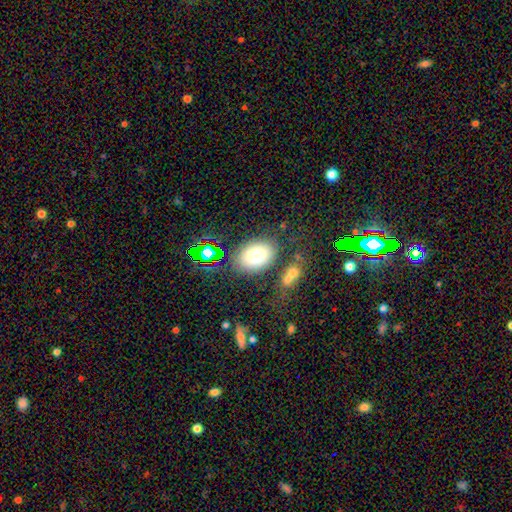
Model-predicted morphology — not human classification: This is likely a smooth galaxy (72%). How rounded: likely in between (72%). Merging: likely none (75%).